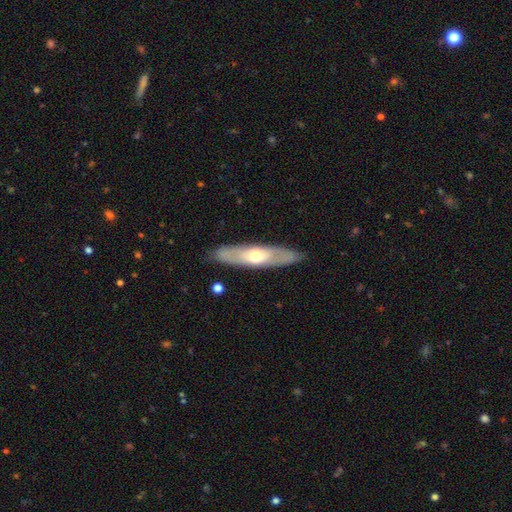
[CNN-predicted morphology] Smooth or featured? Predicted: featured or disk (p=0.54). Edge-on disk? Predicted: no (p=0.52). Merging? Predicted: none (p=0.86).